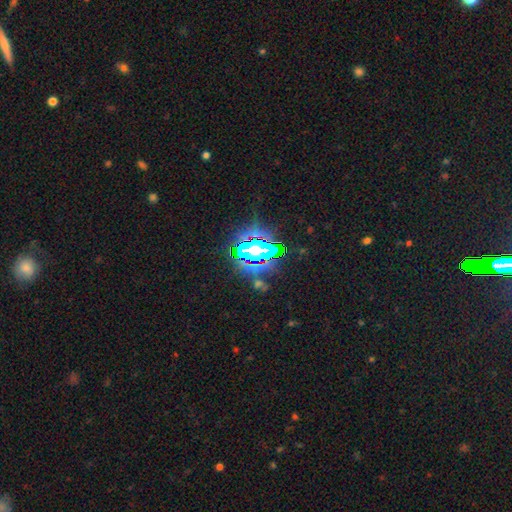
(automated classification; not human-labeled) A star or artifact, not a galaxy (83%).